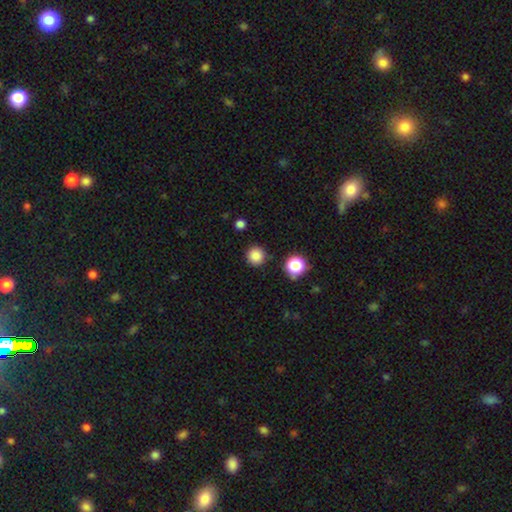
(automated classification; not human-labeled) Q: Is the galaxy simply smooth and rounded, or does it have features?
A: smooth — 84%.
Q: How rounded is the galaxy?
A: round — 95%.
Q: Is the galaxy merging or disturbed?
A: none — 88%.